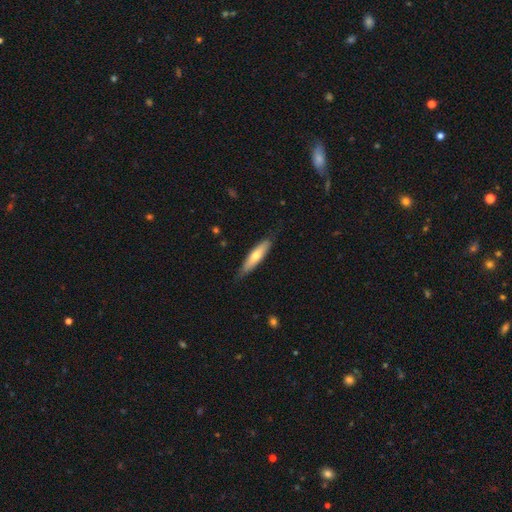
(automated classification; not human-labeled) Smooth or featured? smooth (62%)
How rounded? cigar-shaped (76%)
Merging? none (80%)